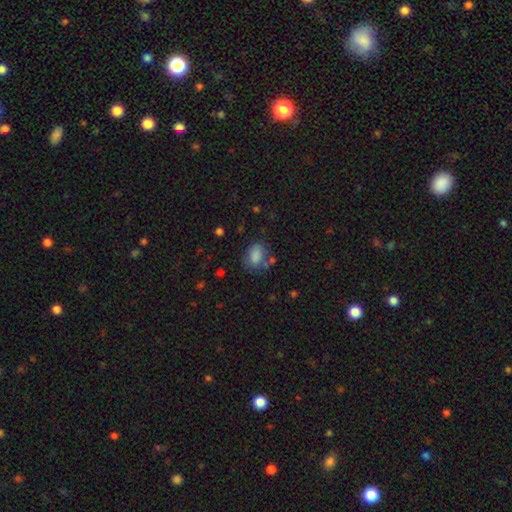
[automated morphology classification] Q: Smooth or featured?
A: smooth (82%); runner-up: star or artifact (10%)
Q: How rounded?
A: in between (78%); runner-up: round (21%)
Q: Merging?
A: none (59%); runner-up: minor disturbance (23%)